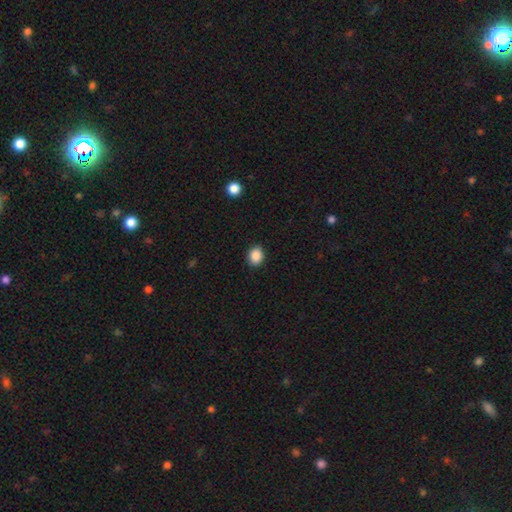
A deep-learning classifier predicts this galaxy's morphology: smooth-or-featured: smooth: 88% | star or artifact: 9% | featured or disk: 3%
  how-rounded: round: 55% | in between: 45% | cigar-shaped: 1%
  merging: none: 90% | minor disturbance: 7% | major disturbance: 2% | merger: 1%